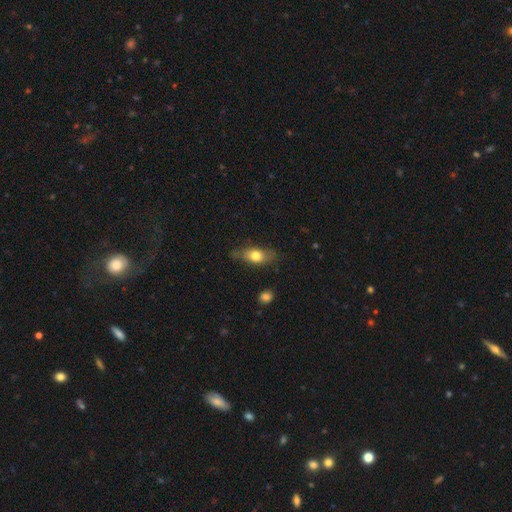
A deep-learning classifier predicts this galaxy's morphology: This is likely a smooth galaxy (68%). How rounded: likely in between (73%). Merging: likely none (71%).